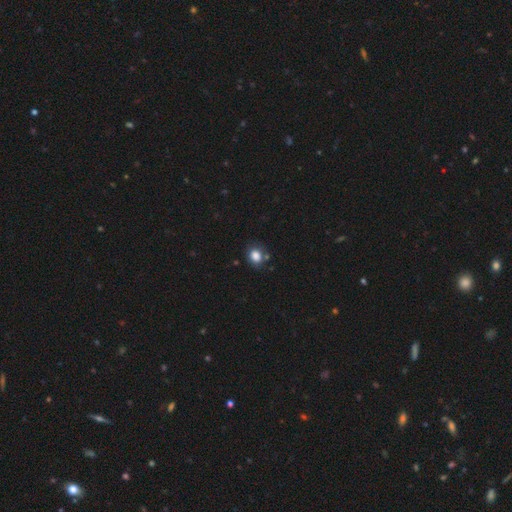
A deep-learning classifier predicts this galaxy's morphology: This is clearly a smooth galaxy (83%). How rounded: possibly round (58%). Merging: likely none (71%).